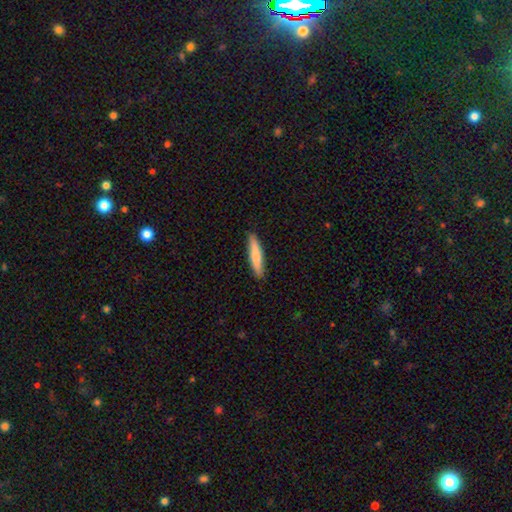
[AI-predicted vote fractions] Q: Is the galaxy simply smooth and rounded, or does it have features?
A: smooth — 76%.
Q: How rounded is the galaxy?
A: cigar-shaped — 89%.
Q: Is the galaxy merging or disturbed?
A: none — 89%.